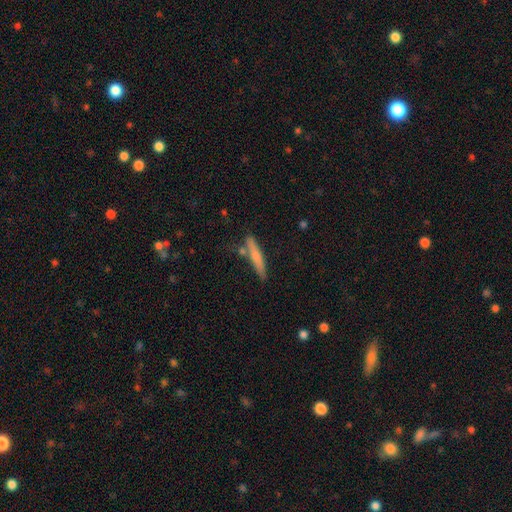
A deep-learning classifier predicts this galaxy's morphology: This appears to be a smooth galaxy with no disk features (66%) that is cigar-shaped (93%). Merging: none (77%).